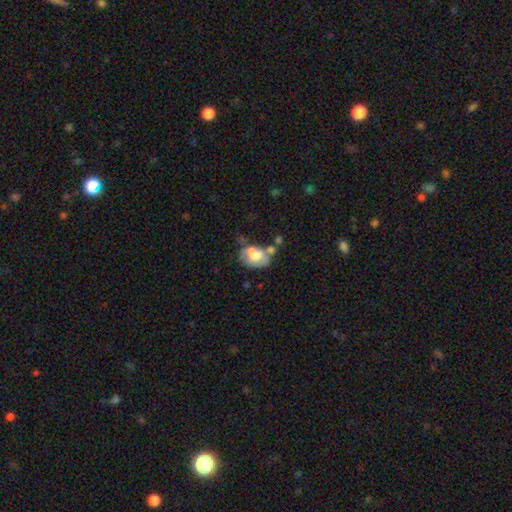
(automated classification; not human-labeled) Smooth or featured? smooth (52%)
How rounded? in between (74%)
Merging? merger (32%)